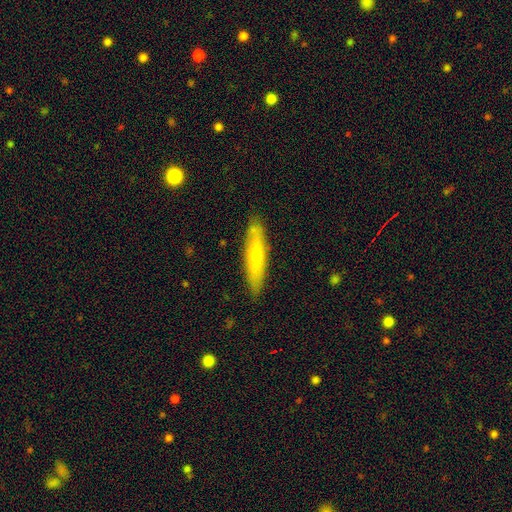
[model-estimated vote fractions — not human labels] A smooth galaxy with no disk features (52%) that is cigar-shaped (81%). Merging: none (85%).